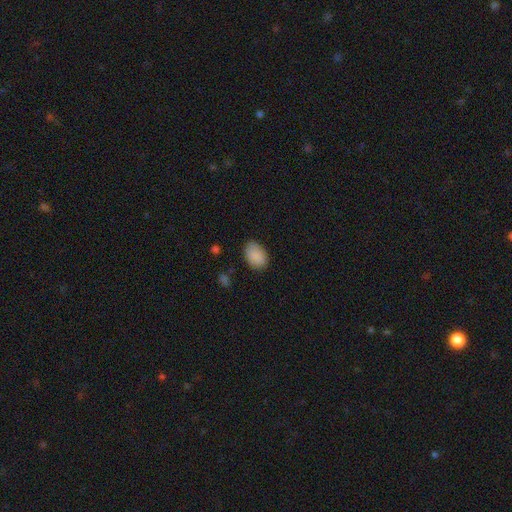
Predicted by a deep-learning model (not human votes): The model was most divided on "merging": none: 80%, minor disturbance: 15%, major disturbance: 3%, merger: 1%. More confident: smooth or featured — smooth (88%); how rounded — in between (84%).